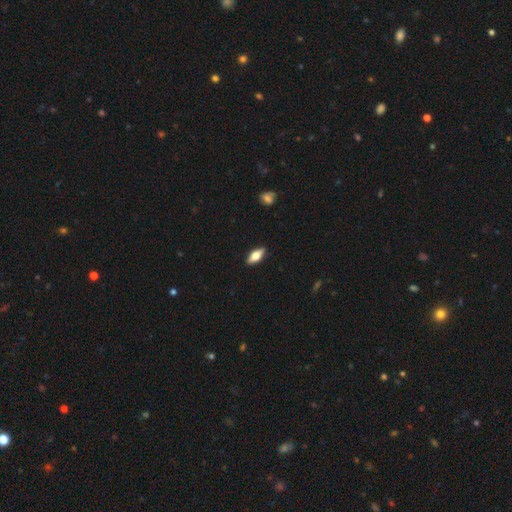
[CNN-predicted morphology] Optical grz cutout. It shows a smooth galaxy with no disk features (60%) that is in between round and cigar-shaped (78%). Merging: none (89%).